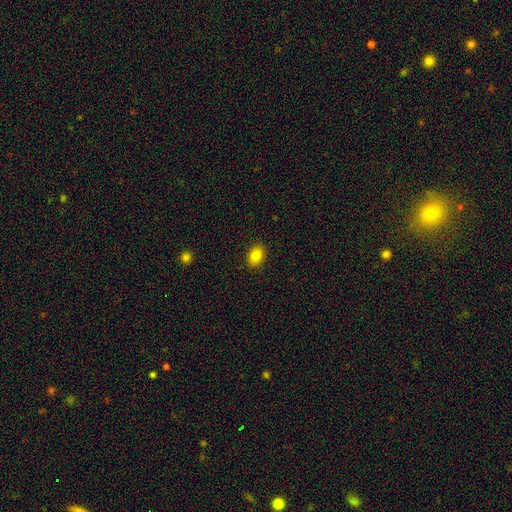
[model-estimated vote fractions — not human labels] This appears to be a smooth galaxy with no disk features (84%) that is in between round and cigar-shaped (80%). Merging: none (90%).